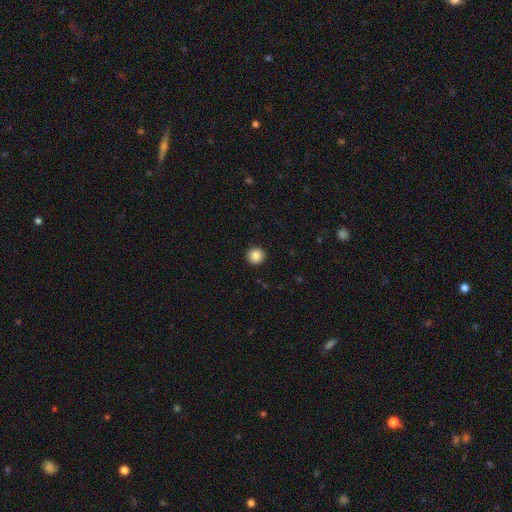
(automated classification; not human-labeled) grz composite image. It shows a smooth galaxy with no disk features (87%) that is round (95%). Merging: none (93%).